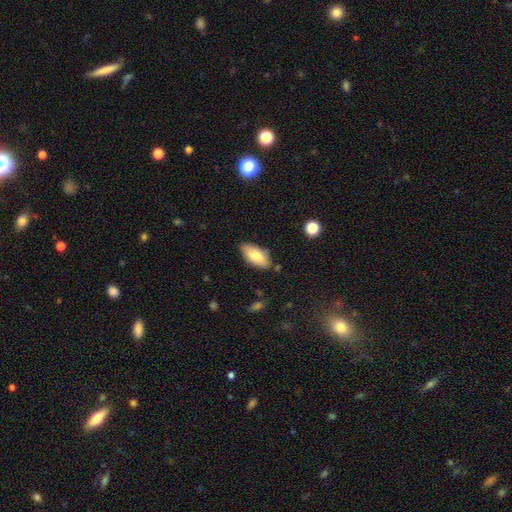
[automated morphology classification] type=smooth (77%); roundness=in between (91%); merging=none (81%).